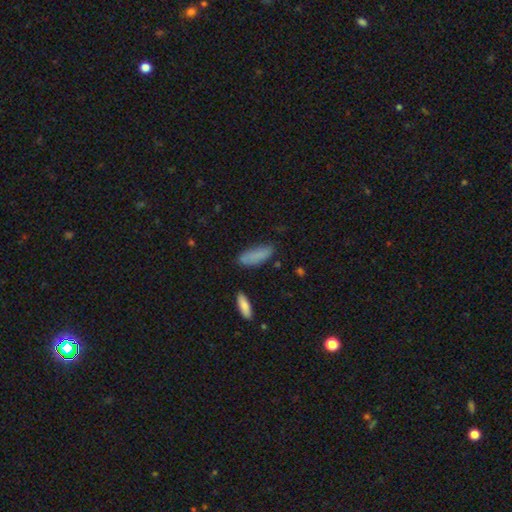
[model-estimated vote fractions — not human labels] A smooth galaxy with no disk features (84%) that is in between round and cigar-shaped (59%). Merging: none (70%).